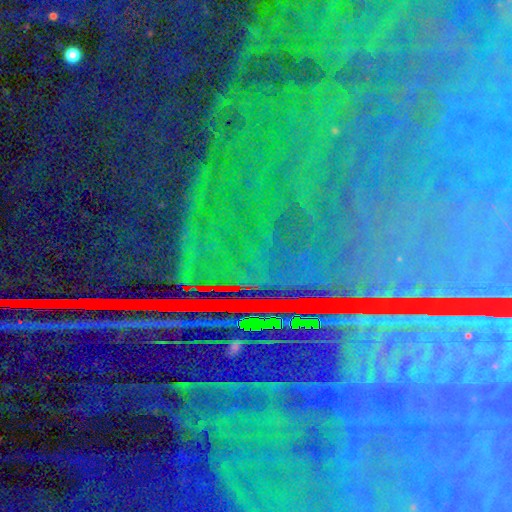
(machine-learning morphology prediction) Q: Smooth or featured?
A: star or artifact (88%); runner-up: featured or disk (7%)